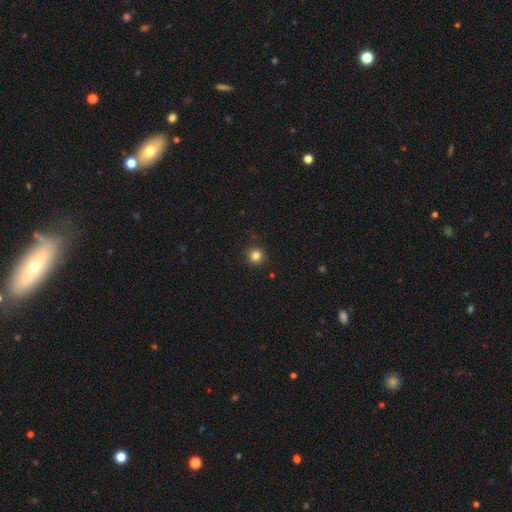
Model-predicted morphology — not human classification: Smooth or featured? Predicted: smooth (p=0.83). How rounded? Predicted: round (p=0.95). Merging? Predicted: none (p=0.92).